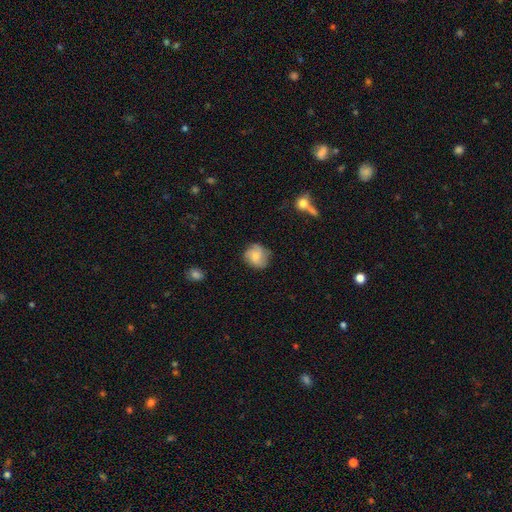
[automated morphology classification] smooth_or_featured: smooth (p=0.63) [alt: featured or disk p=0.29]
how_rounded: round (p=0.81) [alt: in between p=0.18]
merging: none (p=0.73) [alt: minor disturbance p=0.20]